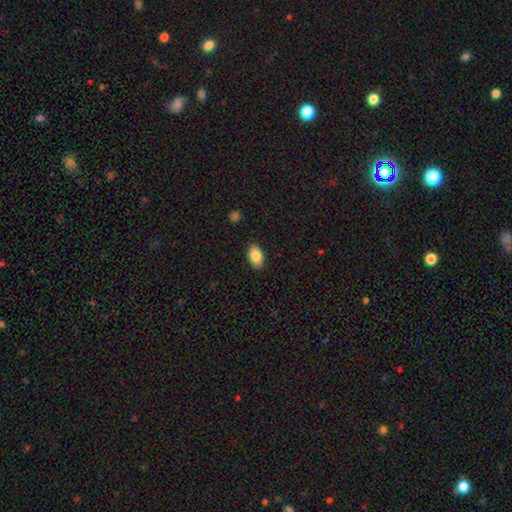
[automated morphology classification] smooth_or_featured: smooth (p=0.85) [alt: featured or disk p=0.08]
how_rounded: in between (p=0.93) [alt: round p=0.06]
merging: none (p=0.88) [alt: minor disturbance p=0.09]